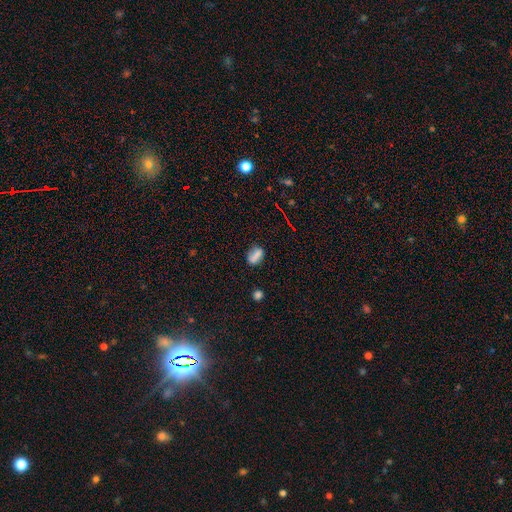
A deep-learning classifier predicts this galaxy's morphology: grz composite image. It shows a smooth galaxy with no disk features (75%) that is in between round and cigar-shaped (70%). Merging: none (69%).